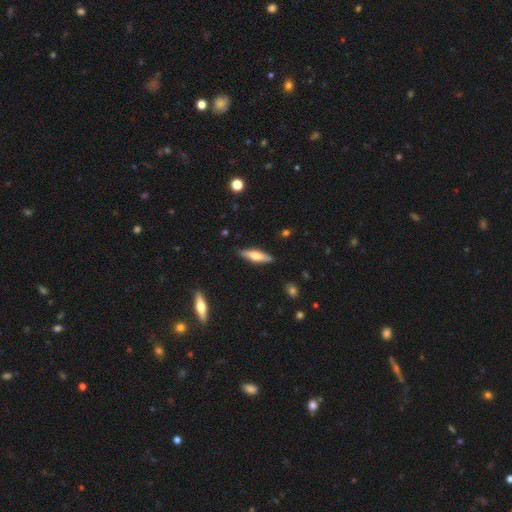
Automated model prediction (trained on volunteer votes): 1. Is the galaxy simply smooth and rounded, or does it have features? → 53% smooth, 41% featured or disk, 6% star or artifact.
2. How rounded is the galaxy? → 68% cigar-shaped, 30% in between, 2% round.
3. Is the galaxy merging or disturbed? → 87% none, 10% minor disturbance, 2% major disturbance, 1% merger.